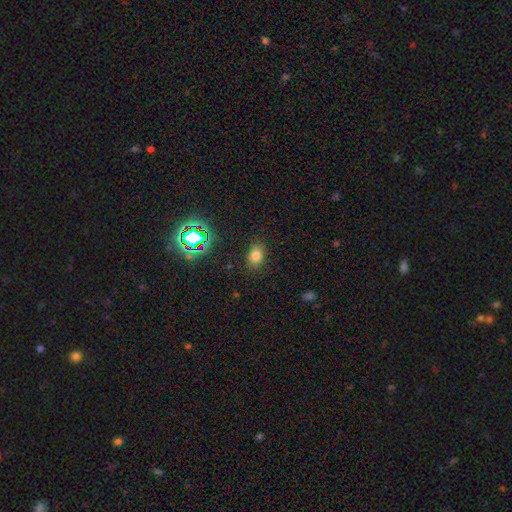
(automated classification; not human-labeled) Smooth or featured? smooth (74%)
How rounded? in between (72%)
Merging? none (85%)